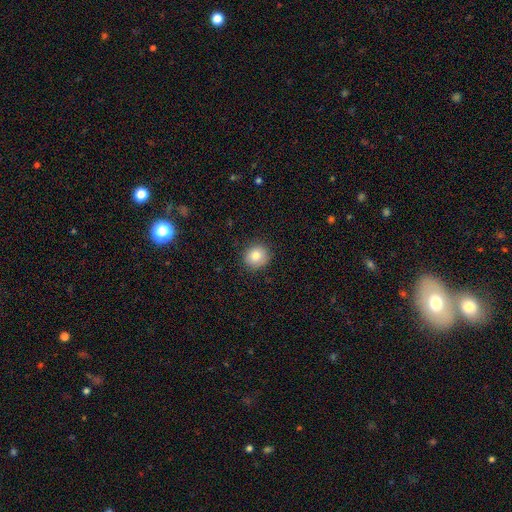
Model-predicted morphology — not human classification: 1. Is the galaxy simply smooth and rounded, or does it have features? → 81% smooth, 10% star or artifact, 10% featured or disk.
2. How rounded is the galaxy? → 85% round, 14% in between, 1% cigar-shaped.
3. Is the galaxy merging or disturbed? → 88% none, 9% minor disturbance, 2% major disturbance, 1% merger.